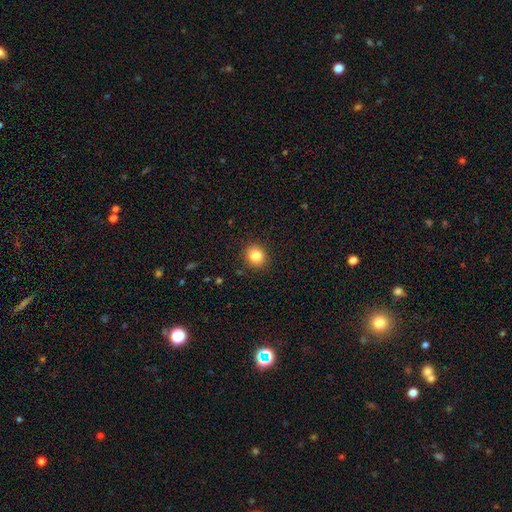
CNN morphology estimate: Q: Smooth or featured?
A: smooth (84%); runner-up: star or artifact (10%)
Q: How rounded?
A: round (79%); runner-up: in between (20%)
Q: Merging?
A: none (90%); runner-up: minor disturbance (7%)